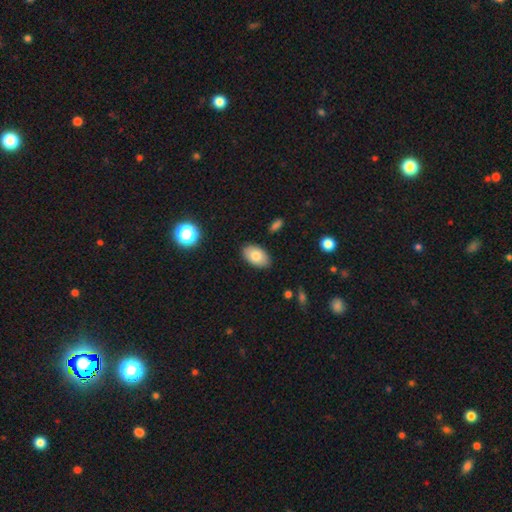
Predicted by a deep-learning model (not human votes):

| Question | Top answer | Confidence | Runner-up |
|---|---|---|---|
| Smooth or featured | smooth | 80% | featured or disk (13%) |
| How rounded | in between | 92% | round (7%) |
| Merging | none | 86% | minor disturbance (10%) |